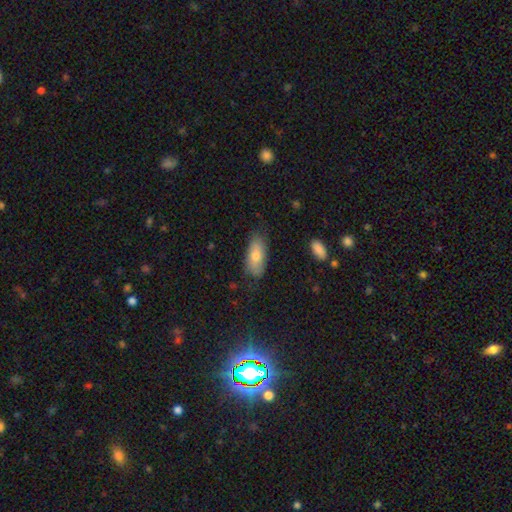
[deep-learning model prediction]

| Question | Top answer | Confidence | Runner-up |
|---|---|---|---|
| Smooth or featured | smooth | 72% | featured or disk (21%) |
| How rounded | in between | 84% | cigar-shaped (13%) |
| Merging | none | 75% | minor disturbance (19%) |